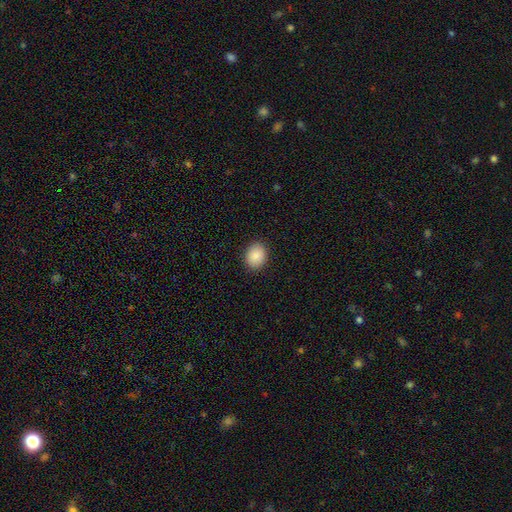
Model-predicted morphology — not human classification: Overall: smooth (88%). How rounded: in between (54%; round 45%). Merging: none (90%).